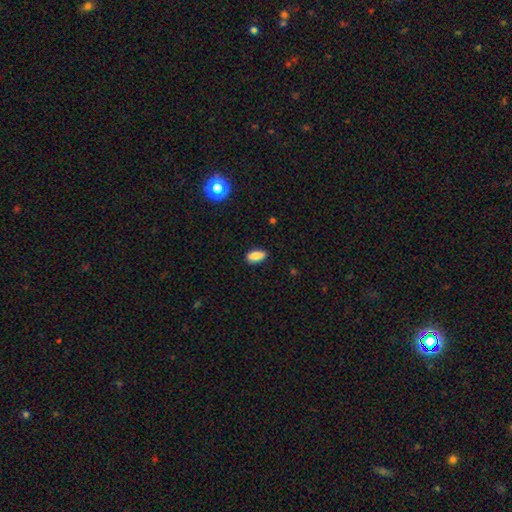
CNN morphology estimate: Smooth or featured? smooth (86%)
How rounded? in between (86%)
Merging? none (83%)